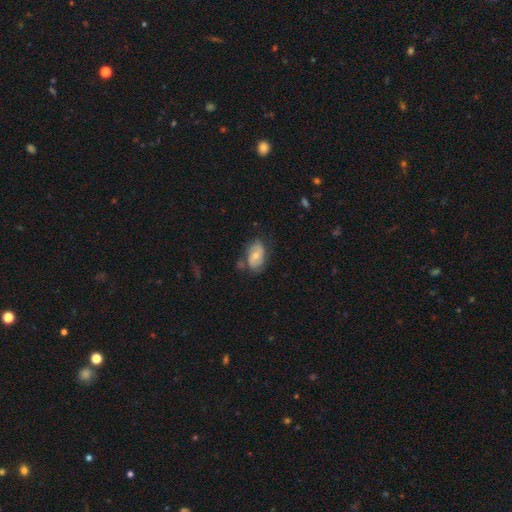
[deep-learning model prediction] Q: Smooth or featured?
A: featured or disk (49%); runner-up: smooth (43%)
Q: Merging?
A: none (60%); runner-up: minor disturbance (25%)